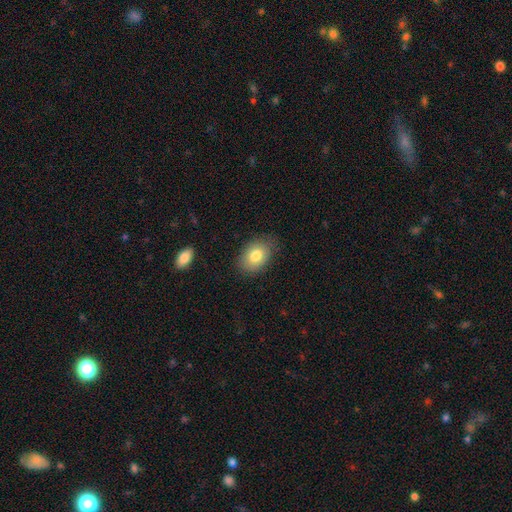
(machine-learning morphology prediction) smooth 80%, featured or disk 12%, star or artifact 7%. Down the decision tree: how rounded — in between (81%); merging — none (78%).